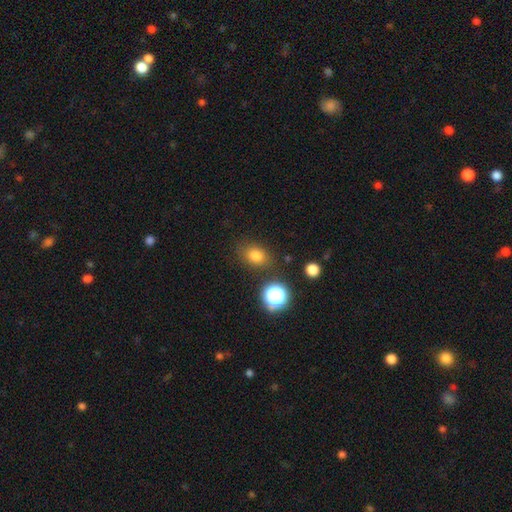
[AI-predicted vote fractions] A smooth galaxy with no disk features (78%) that is in between round and cigar-shaped (59%). Merging: none (79%).